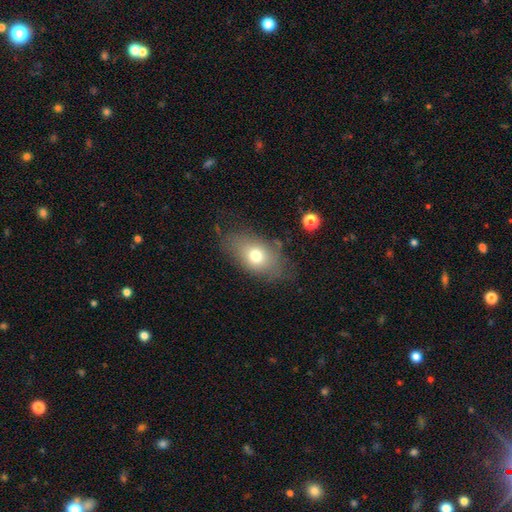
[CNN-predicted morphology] Smooth or featured: smooth — 71% (featured or disk — 18%)
How rounded: in between — 82% (round — 15%)
Merging: none — 67% (minor disturbance — 20%)